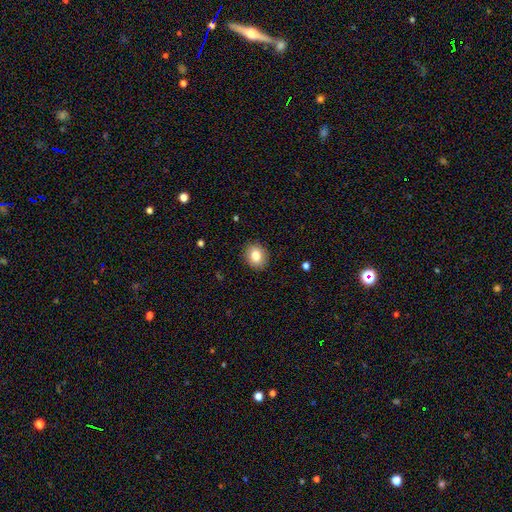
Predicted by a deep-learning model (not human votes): The model was most divided on "how rounded": round: 63%, in between: 36%, cigar-shaped: 1%. More confident: merging — none (89%); smooth or featured — smooth (83%).